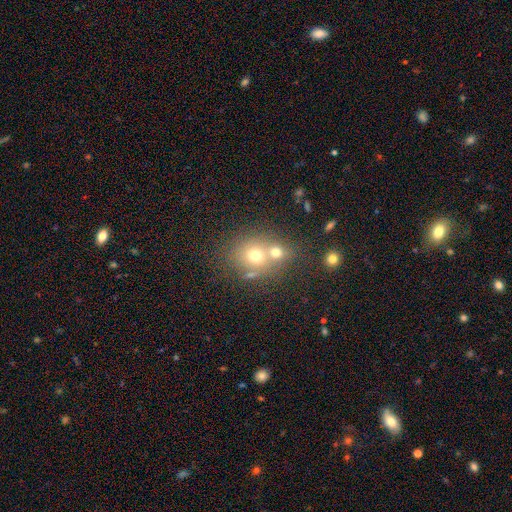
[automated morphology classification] Smooth or featured? Predicted: smooth (p=0.66). How rounded? Predicted: round (p=0.73). Merging? Predicted: merger (p=0.49).